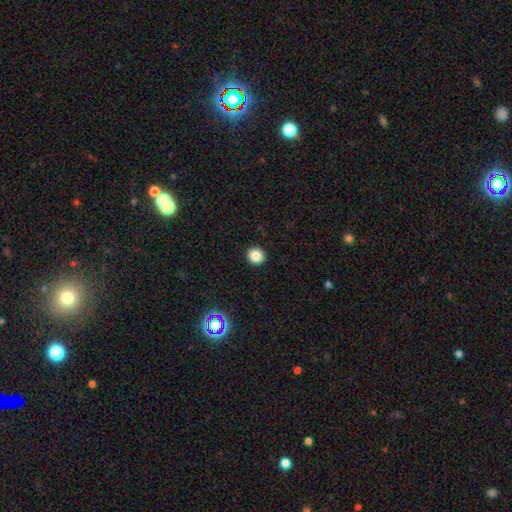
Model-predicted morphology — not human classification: A smooth galaxy with no disk features (84%) that is round (90%). Merging: none (92%).